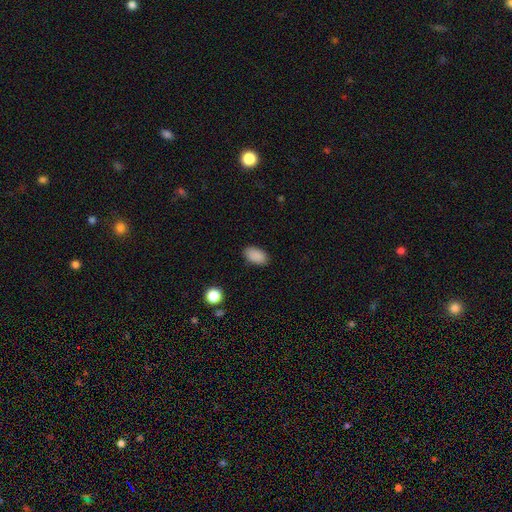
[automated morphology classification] This is clearly a smooth galaxy (89%). How rounded: clearly in between (93%). Merging: clearly none (88%).